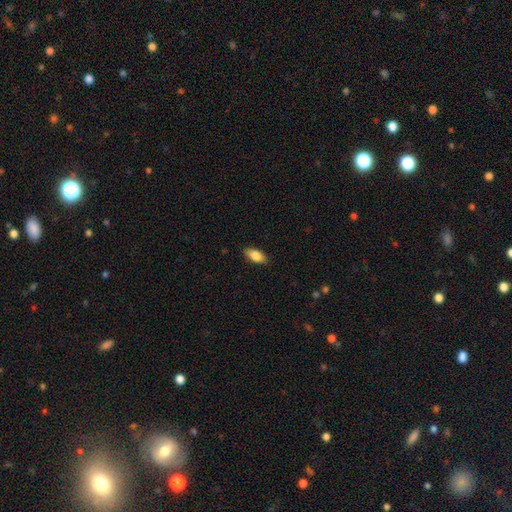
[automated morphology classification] Smooth or featured?
  - smooth: 83% *
  - featured or disk: 10%
  - star or artifact: 7%
How rounded?
  - in between: 87% *
  - cigar-shaped: 10%
  - round: 3%
Merging?
  - none: 86% *
  - minor disturbance: 11%
  - major disturbance: 2%
  - merger: 1%